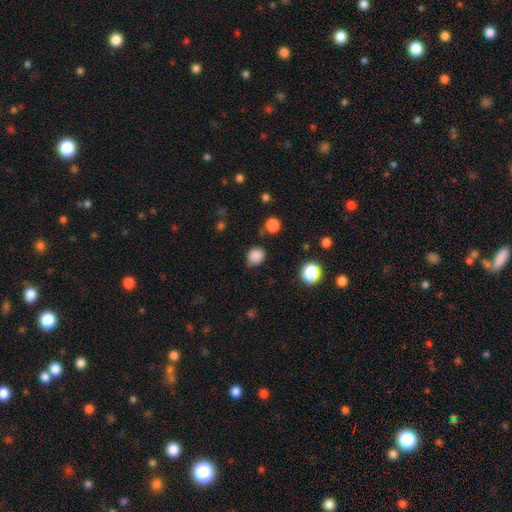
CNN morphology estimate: smooth_or_featured: smooth (p=0.84) [alt: star or artifact p=0.12]
how_rounded: round (p=0.70) [alt: in between p=0.29]
merging: none (p=0.75) [alt: minor disturbance p=0.17]